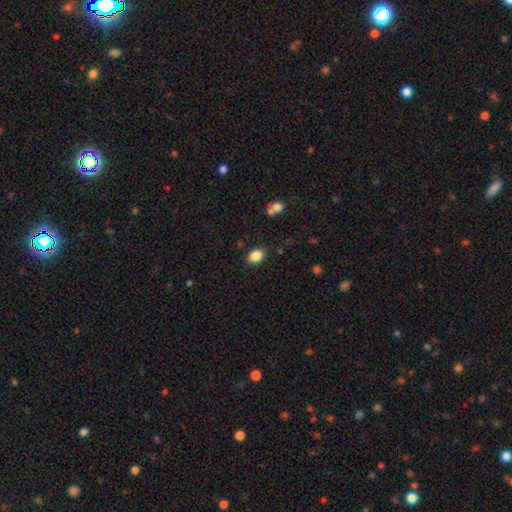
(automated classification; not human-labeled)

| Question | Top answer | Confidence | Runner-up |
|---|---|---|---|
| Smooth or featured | smooth | 87% | star or artifact (9%) |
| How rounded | in between | 72% | round (27%) |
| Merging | none | 82% | minor disturbance (13%) |